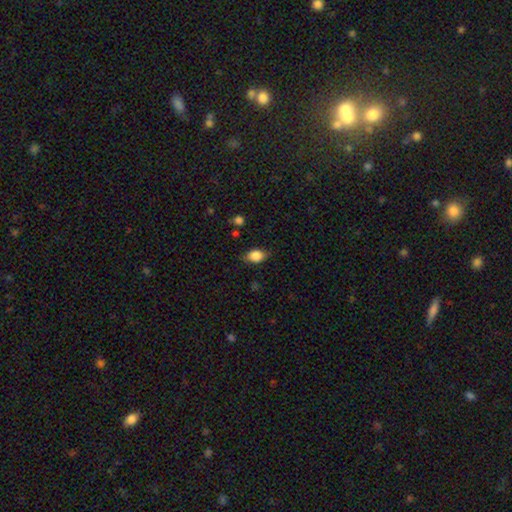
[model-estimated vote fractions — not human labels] Smooth or featured? smooth (84%)
How rounded? in between (75%)
Merging? none (75%)